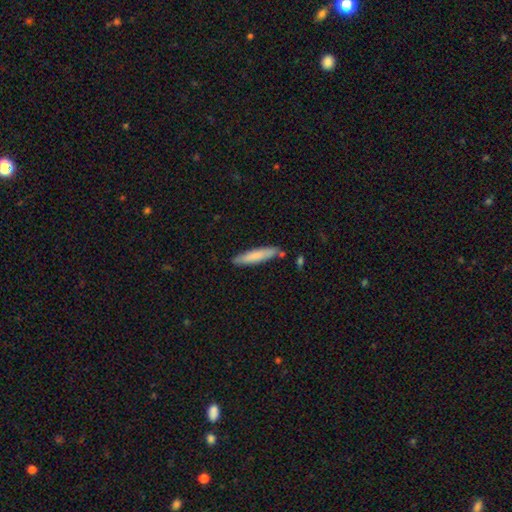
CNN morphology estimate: Smooth or featured?
  - smooth: 77% *
  - featured or disk: 18%
  - star or artifact: 5%
How rounded?
  - cigar-shaped: 87% *
  - in between: 12%
  - round: 1%
Merging?
  - none: 81% *
  - minor disturbance: 12%
  - merger: 4%
  - major disturbance: 2%